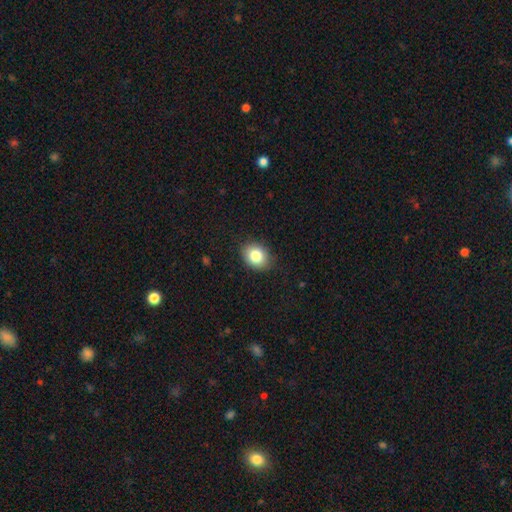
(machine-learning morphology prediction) The model was most divided on "how rounded": in between: 56%, round: 43%, cigar-shaped: 1%. More confident: merging — none (85%); smooth or featured — smooth (83%).